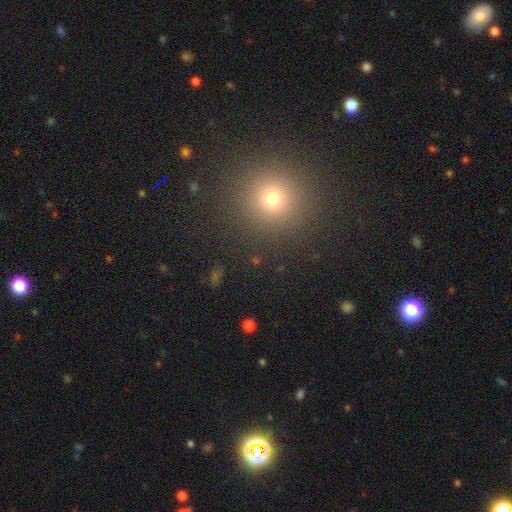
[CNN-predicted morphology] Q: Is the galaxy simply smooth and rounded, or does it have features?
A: smooth — 60%.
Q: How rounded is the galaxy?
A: round — 94%.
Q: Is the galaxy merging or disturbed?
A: none — 92%.